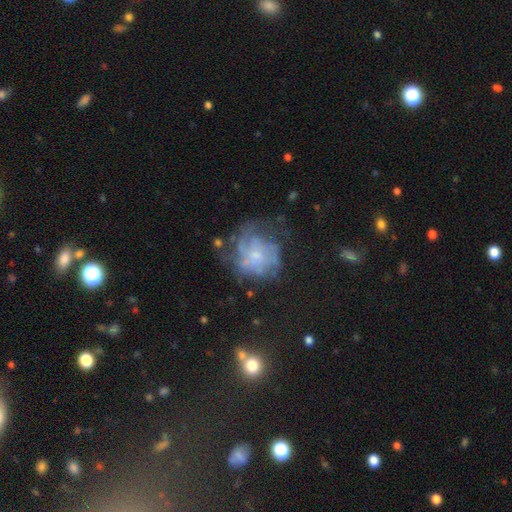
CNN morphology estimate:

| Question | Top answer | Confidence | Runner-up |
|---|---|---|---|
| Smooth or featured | featured or disk | 64% | smooth (23%) |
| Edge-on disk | no | 98% | yes (2%) |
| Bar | no | 77% | weak (20%) |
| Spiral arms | yes | 67% | no (33%) |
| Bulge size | small | 51% | moderate (28%) |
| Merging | none | 50% | major disturbance (24%) |